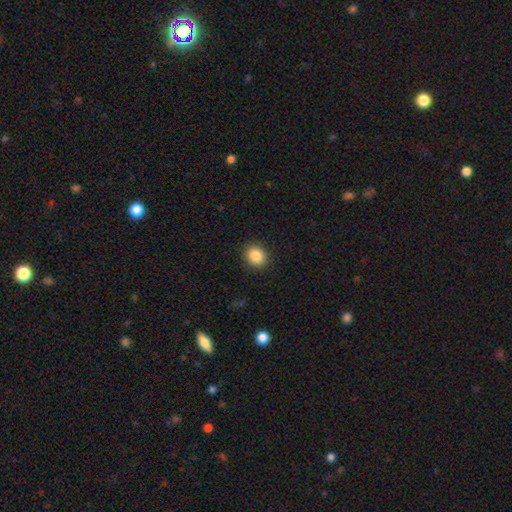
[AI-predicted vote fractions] Smooth or featured? Predicted: smooth (p=0.86). How rounded? Predicted: round (p=0.73). Merging? Predicted: none (p=0.90).